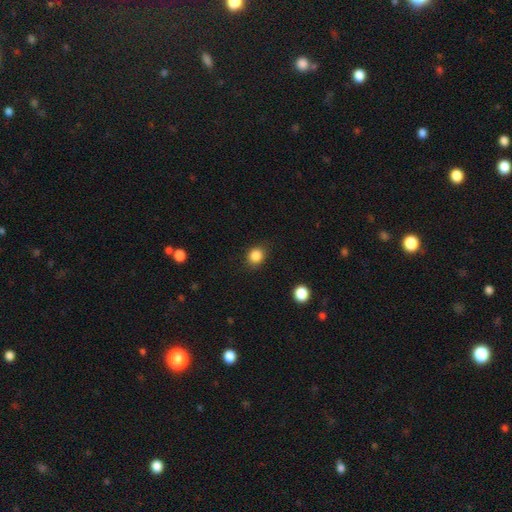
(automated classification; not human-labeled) This is clearly a smooth galaxy (86%). How rounded: likely round (72%). Merging: clearly none (85%).